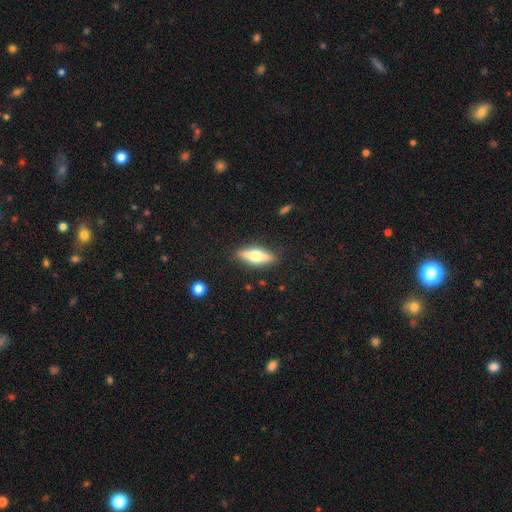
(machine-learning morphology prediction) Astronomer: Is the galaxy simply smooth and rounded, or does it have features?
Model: smooth — 48% (runner-up: featured or disk, 46%).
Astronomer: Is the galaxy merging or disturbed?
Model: none — 86%.